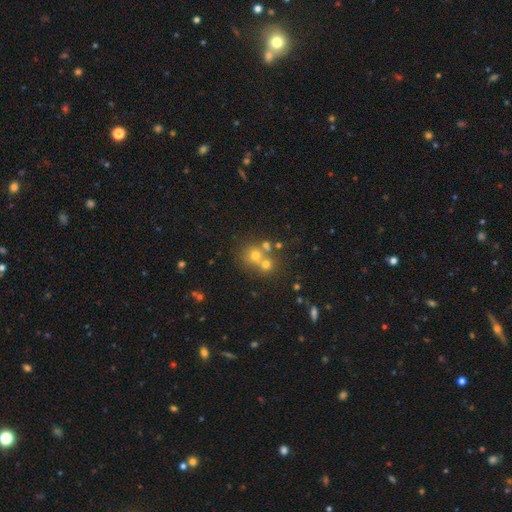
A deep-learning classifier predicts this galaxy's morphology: This is possibly a smooth galaxy (59%). How rounded: clearly round (82%). Merging: marginally merger (45%).